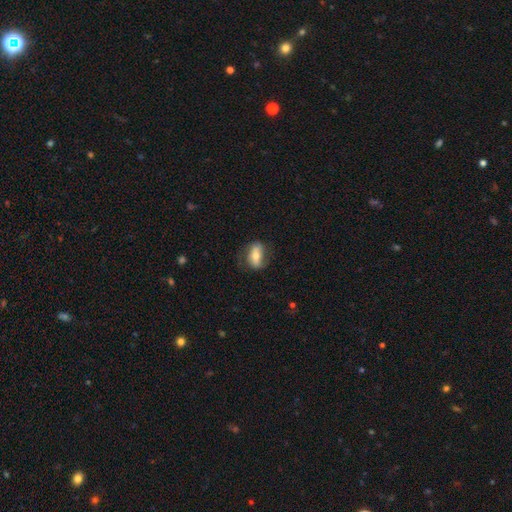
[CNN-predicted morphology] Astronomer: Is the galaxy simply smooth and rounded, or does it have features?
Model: smooth — 53% (runner-up: featured or disk, 40%).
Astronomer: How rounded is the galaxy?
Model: in between — 83%.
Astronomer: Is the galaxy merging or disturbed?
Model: none — 69%.